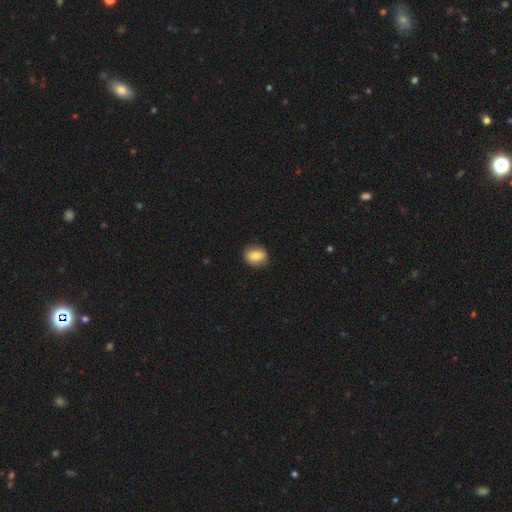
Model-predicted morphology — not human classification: Overall: smooth (77%). How rounded: round (51%; in between 48%). Merging: none (86%).